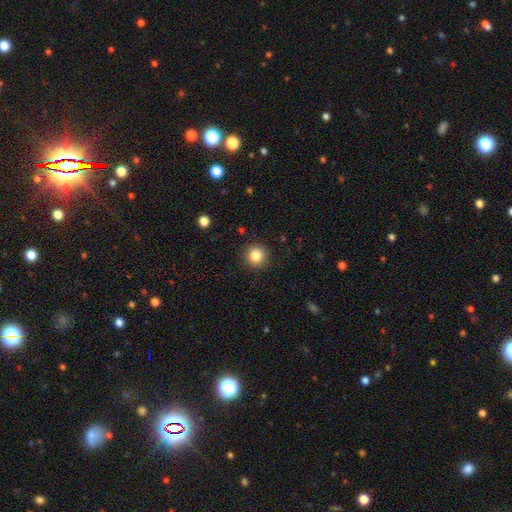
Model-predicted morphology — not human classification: type=smooth (84%); roundness=round (94%); merging=none (91%).